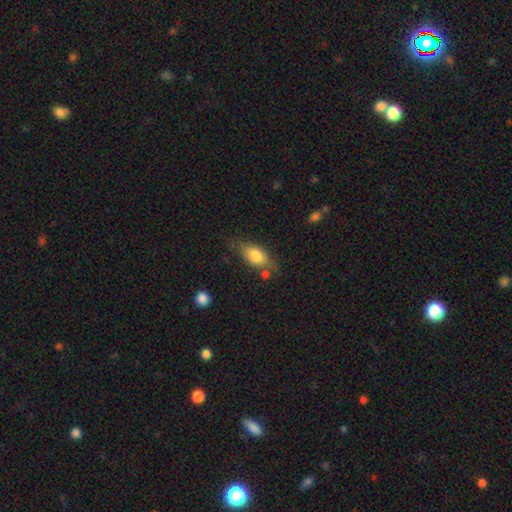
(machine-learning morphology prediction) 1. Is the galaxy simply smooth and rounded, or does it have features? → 73% smooth, 20% featured or disk, 7% star or artifact.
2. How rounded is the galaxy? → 82% in between, 10% cigar-shaped, 8% round.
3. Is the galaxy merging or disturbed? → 62% none, 23% minor disturbance, 8% major disturbance, 7% merger.